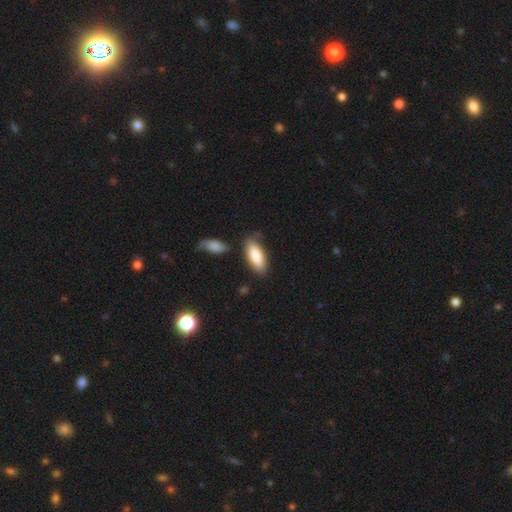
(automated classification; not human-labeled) smooth_or_featured: smooth (p=0.84) [alt: featured or disk p=0.10]
how_rounded: in between (p=0.82) [alt: cigar-shaped p=0.16]
merging: none (p=0.70) [alt: minor disturbance p=0.18]